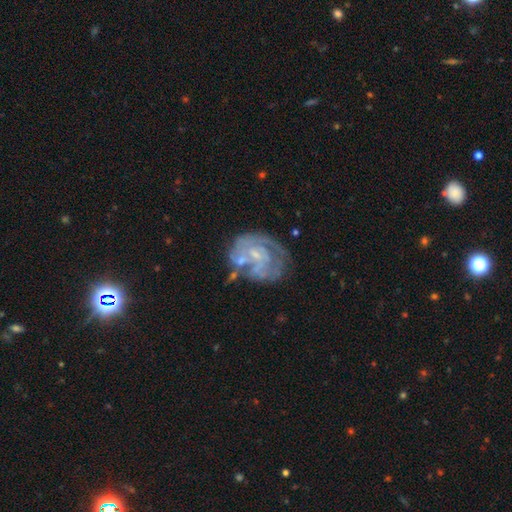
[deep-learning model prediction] Q: Smooth or featured?
A: featured or disk (77%); runner-up: smooth (15%)
Q: Edge-on disk?
A: no (98%); runner-up: yes (2%)
Q: Bar?
A: no (66%); runner-up: weak (29%)
Q: Spiral arms?
A: yes (76%); runner-up: no (24%)
Q: Spiral winding?
A: tight (54%); runner-up: medium (33%)
Q: Spiral arm count?
A: can't tell (43%); runner-up: 2 (25%)
Q: Bulge size?
A: small (64%); runner-up: moderate (17%)
Q: Merging?
A: none (45%); runner-up: minor disturbance (22%)